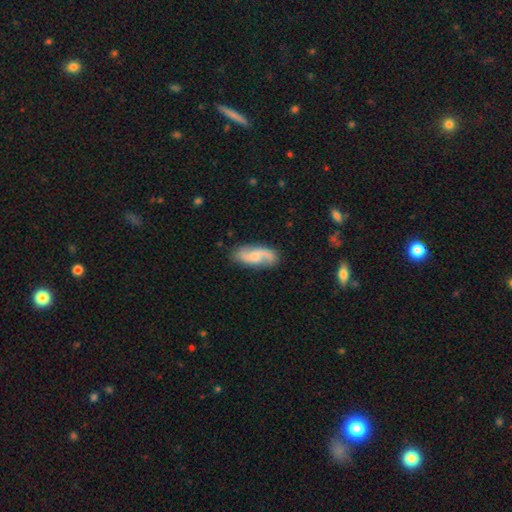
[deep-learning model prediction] This appears to be a featured or disk galaxy (66%) with no bar (56%), 2 (85%) loose (54%) spiral arms (94%) and a small central bulge (43%). Merging: none (77%).